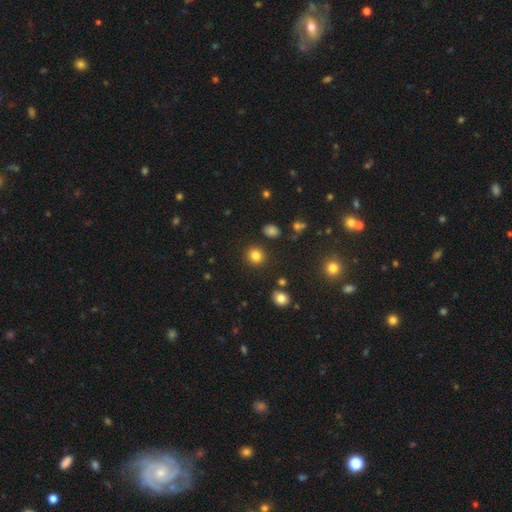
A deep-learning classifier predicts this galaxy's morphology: Smooth or featured: smooth — 83% (star or artifact — 12%)
How rounded: round — 87% (in between — 12%)
Merging: none — 89% (minor disturbance — 6%)